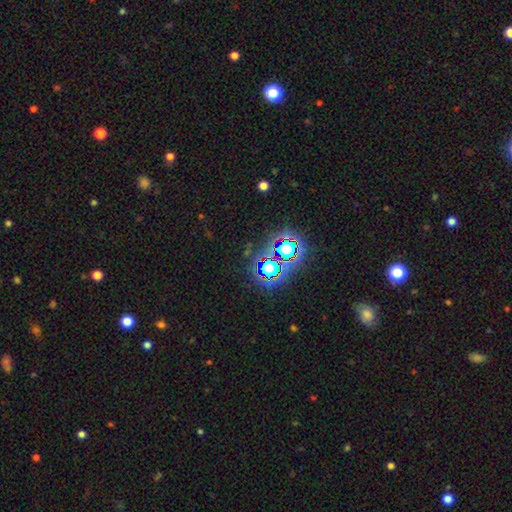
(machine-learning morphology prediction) type=star or artifact (79%).